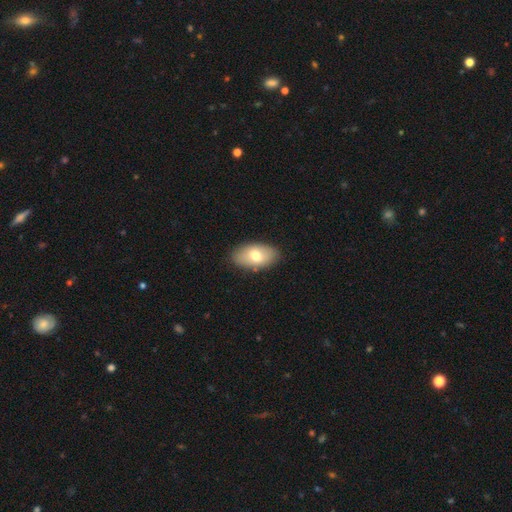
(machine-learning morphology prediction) The model was most divided on "smooth or featured": smooth: 73%, featured or disk: 20%, star or artifact: 7%. More confident: how rounded — in between (93%); merging — none (86%).